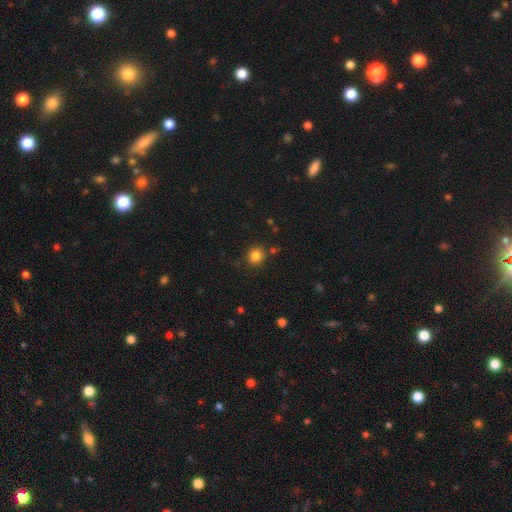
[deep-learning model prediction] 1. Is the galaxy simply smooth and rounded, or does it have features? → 83% smooth, 12% star or artifact, 5% featured or disk.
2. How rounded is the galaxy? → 89% round, 10% in between, 1% cigar-shaped.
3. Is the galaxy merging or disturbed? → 84% none, 9% minor disturbance, 4% merger, 3% major disturbance.